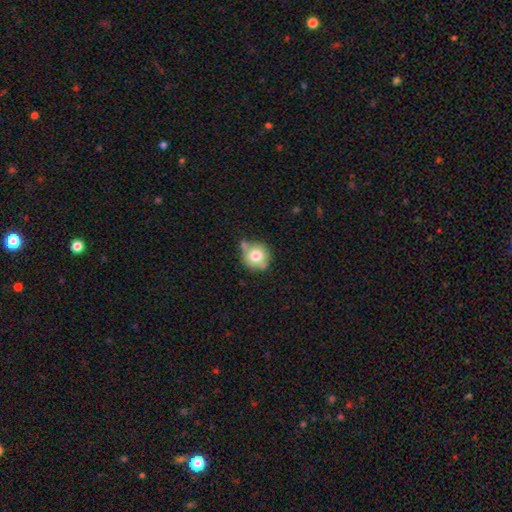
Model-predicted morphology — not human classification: Smooth or featured?
  - smooth: 74% *
  - featured or disk: 16%
  - star or artifact: 10%
How rounded?
  - round: 85% *
  - in between: 14%
  - cigar-shaped: 1%
Merging?
  - none: 62% *
  - minor disturbance: 20%
  - merger: 13%
  - major disturbance: 5%